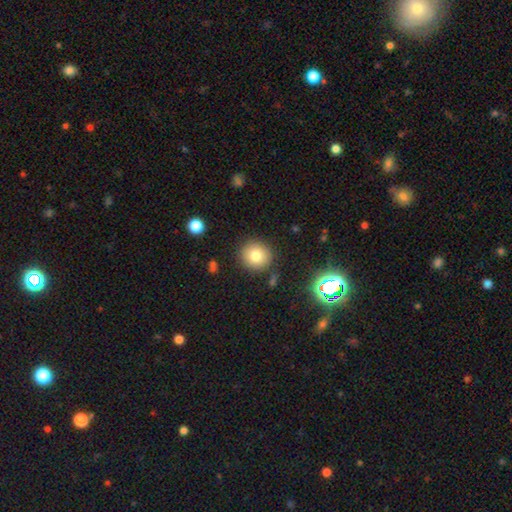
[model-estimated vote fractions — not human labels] Smooth or featured? smooth (79%)
How rounded? round (90%)
Merging? none (86%)